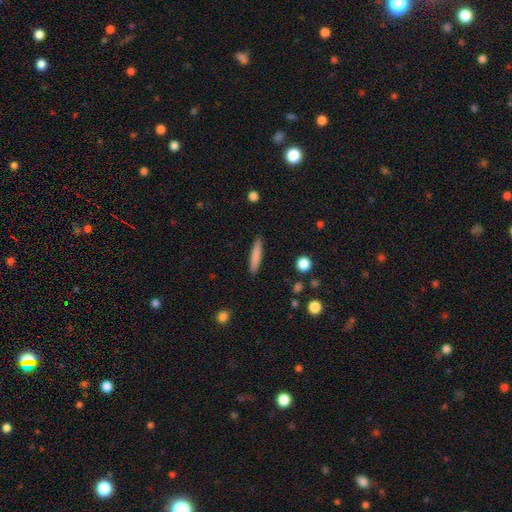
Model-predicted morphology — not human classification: This is clearly a smooth galaxy (81%). How rounded: clearly cigar-shaped (91%). Merging: clearly none (90%).